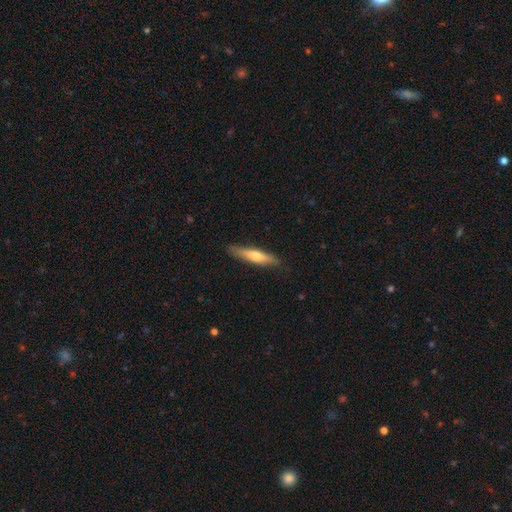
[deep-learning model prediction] This appears to be a smooth galaxy with no disk features (56%) that is cigar-shaped (86%). Merging: none (85%).